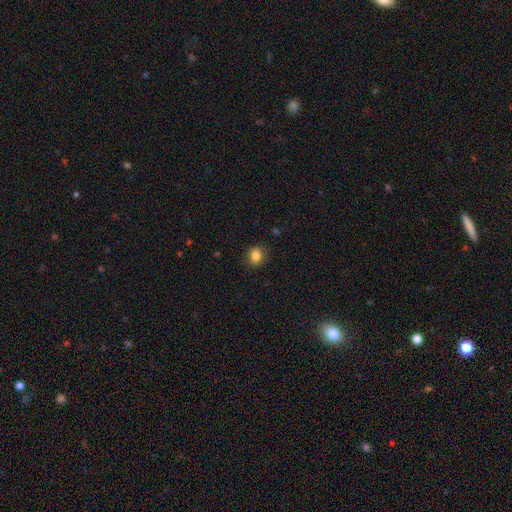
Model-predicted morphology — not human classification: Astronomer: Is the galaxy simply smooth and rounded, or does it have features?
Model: smooth — 84%.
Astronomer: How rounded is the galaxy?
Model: round — 61% (runner-up: in between, 38%).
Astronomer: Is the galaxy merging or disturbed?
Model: none — 84%.